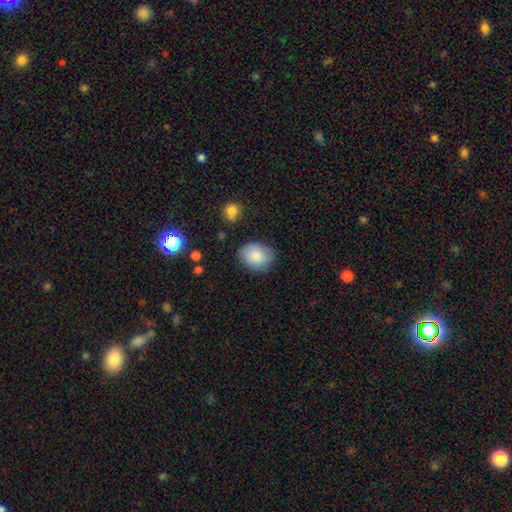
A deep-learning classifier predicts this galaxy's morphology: type=smooth (85%); roundness=in between (63%); merging=none (75%).